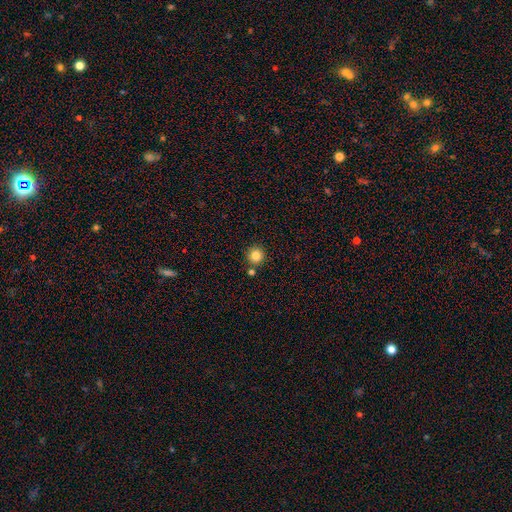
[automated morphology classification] smooth_or_featured: smooth (p=0.83) [alt: star or artifact p=0.11]
how_rounded: round (p=0.95) [alt: in between p=0.04]
merging: none (p=0.84) [alt: merger p=0.08]